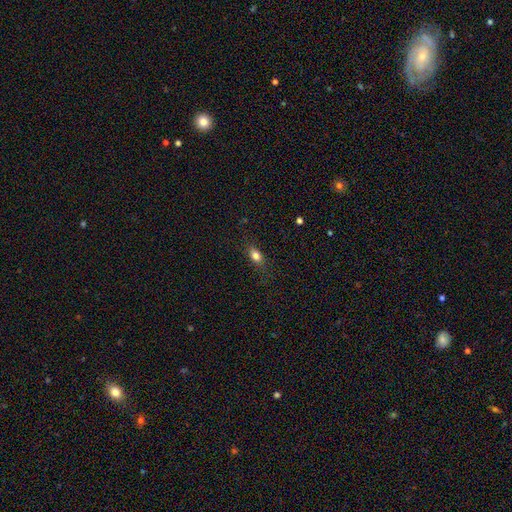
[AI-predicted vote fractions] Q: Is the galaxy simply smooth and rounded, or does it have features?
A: smooth — 80%.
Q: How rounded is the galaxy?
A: in between — 76%.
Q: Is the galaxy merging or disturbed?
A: none — 80%.